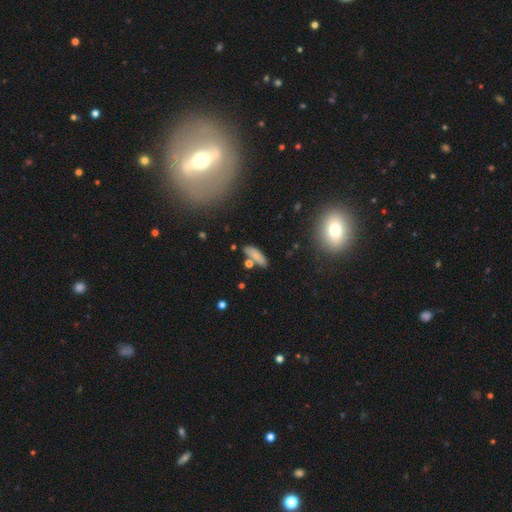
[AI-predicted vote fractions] This appears to be a smooth galaxy with no disk features (80%) that is in between round and cigar-shaped (51%). Merging: none (72%).